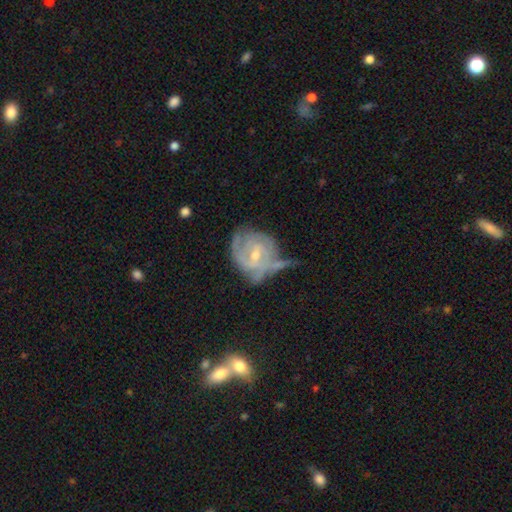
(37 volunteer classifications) A featured or disk galaxy (86%) with no bar (48%), tight (64%) spiral arms (90%) and a moderate central bulge (77%). Merging: major disturbance (50%).